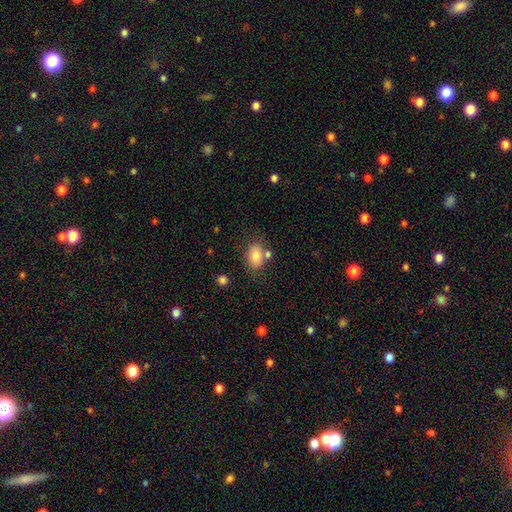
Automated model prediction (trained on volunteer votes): A smooth galaxy with no disk features (81%) that is in between round and cigar-shaped (81%). Merging: none (67%).